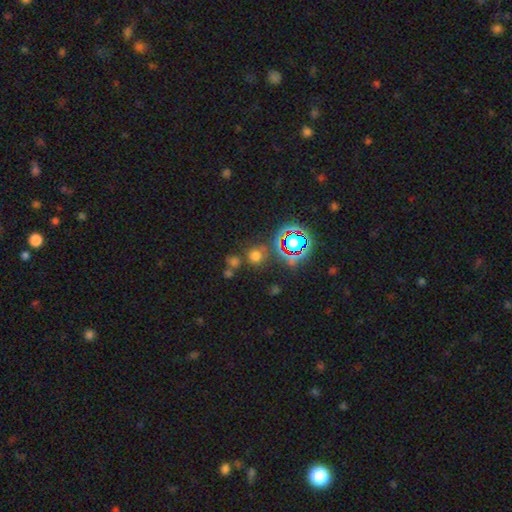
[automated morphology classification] A smooth galaxy with no disk features (59%) that is round (91%).

Vote fractions:
- Smooth or featured? smooth: 59% / star or artifact: 34% / featured or disk: 8%
- How rounded? round: 91% / in between: 8% / cigar-shaped: 1%
- Merging? none: 74% / merger: 14% / minor disturbance: 9% / major disturbance: 4%